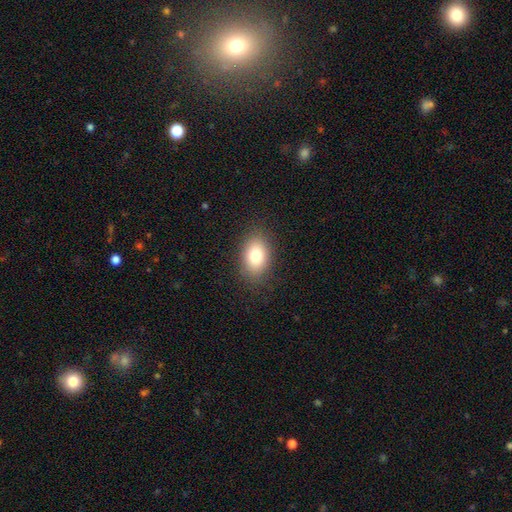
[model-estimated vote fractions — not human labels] Smooth or featured: smooth — 79% (featured or disk — 11%)
How rounded: in between — 83% (round — 16%)
Merging: none — 86% (minor disturbance — 10%)